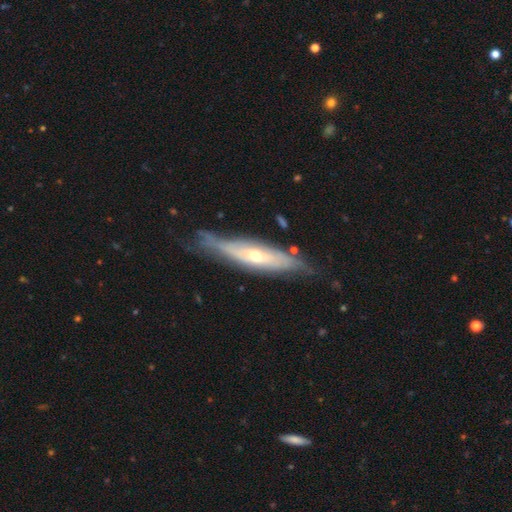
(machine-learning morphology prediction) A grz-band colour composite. It shows a featured or disk galaxy (72%) viewed edge-on (58%). Merging: none (63%).